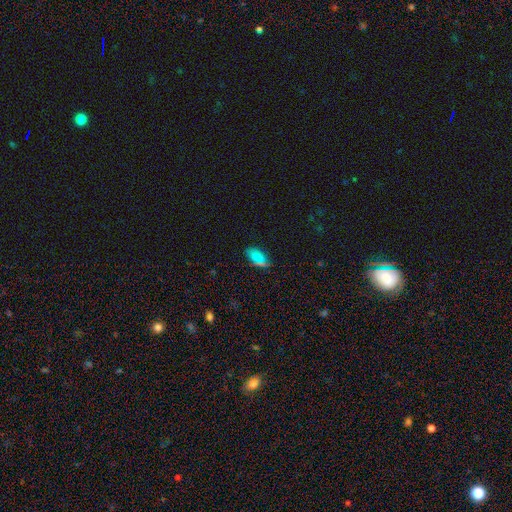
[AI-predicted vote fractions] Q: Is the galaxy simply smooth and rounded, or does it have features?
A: smooth — 73%.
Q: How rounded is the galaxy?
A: in between — 91%.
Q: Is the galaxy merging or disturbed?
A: none — 78%.